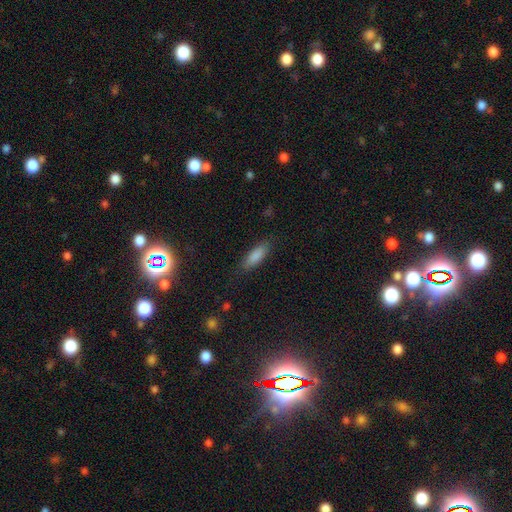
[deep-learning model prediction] Smooth or featured?
  - smooth: 86% *
  - featured or disk: 7%
  - star or artifact: 6%
How rounded?
  - in between: 60% *
  - cigar-shaped: 39%
  - round: 2%
Merging?
  - none: 81% *
  - minor disturbance: 14%
  - major disturbance: 4%
  - merger: 1%